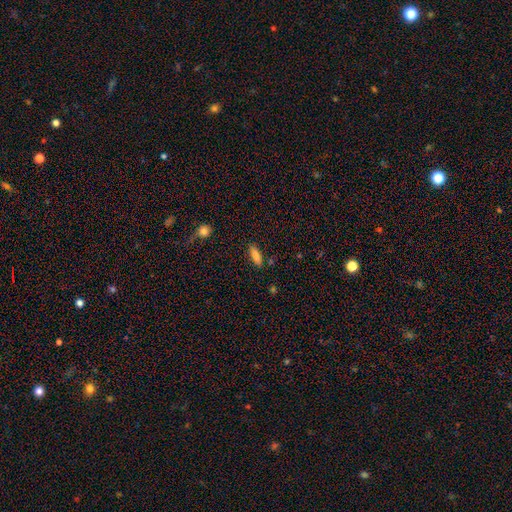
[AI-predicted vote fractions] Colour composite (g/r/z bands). It shows a smooth galaxy with no disk features (80%) that is in between round and cigar-shaped (53%). Merging: none (85%).